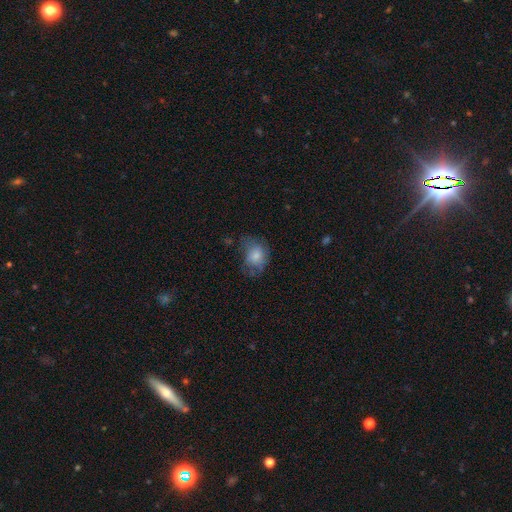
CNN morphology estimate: type=smooth (74%); roundness=in between (59%); merging=none (41%).